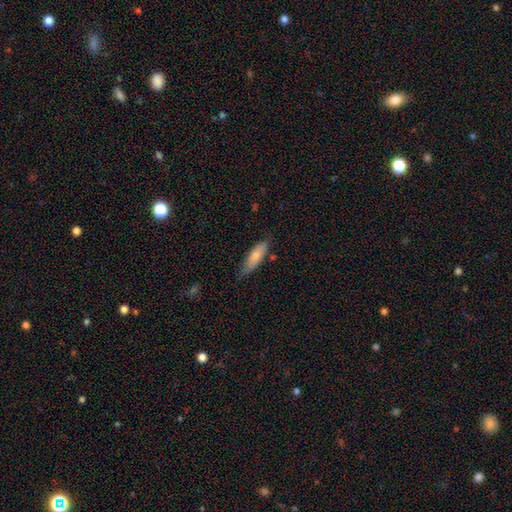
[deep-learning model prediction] Smooth or featured? smooth (76%)
How rounded? in between (54%)
Merging? none (67%)